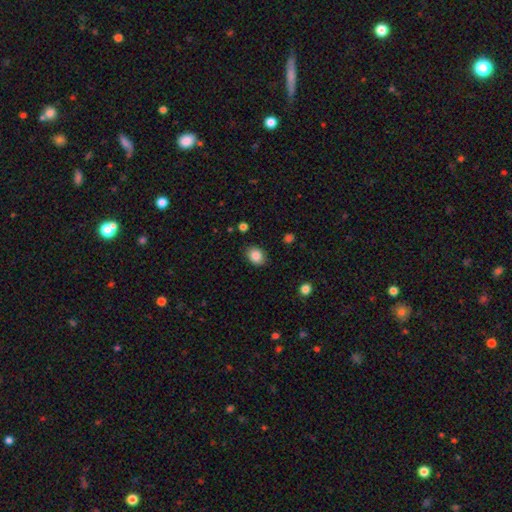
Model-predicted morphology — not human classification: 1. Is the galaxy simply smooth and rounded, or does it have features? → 86% smooth, 9% star or artifact, 5% featured or disk.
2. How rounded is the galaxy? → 60% in between, 40% round, 1% cigar-shaped.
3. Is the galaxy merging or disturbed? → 86% none, 10% minor disturbance, 3% major disturbance, 1% merger.